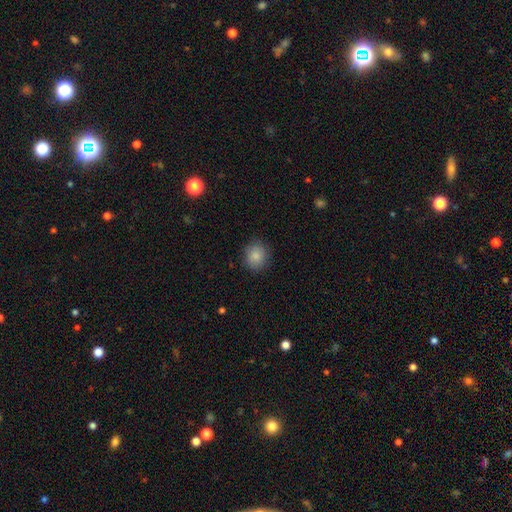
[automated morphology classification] A smooth galaxy with no disk features (86%) that is round (82%).

Vote fractions:
- Smooth or featured? smooth: 86% / star or artifact: 9% / featured or disk: 5%
- How rounded? round: 82% / in between: 17% / cigar-shaped: 1%
- Merging? none: 87% / minor disturbance: 9% / major disturbance: 3% / merger: 1%